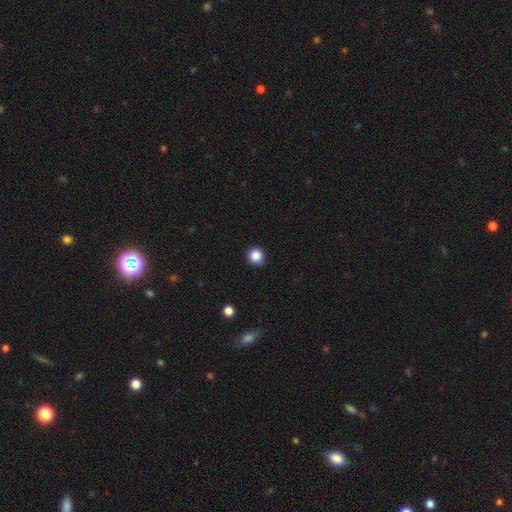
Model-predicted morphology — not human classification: Smooth or featured? Predicted: smooth (p=0.86). How rounded? Predicted: round (p=0.91). Merging? Predicted: none (p=0.89).